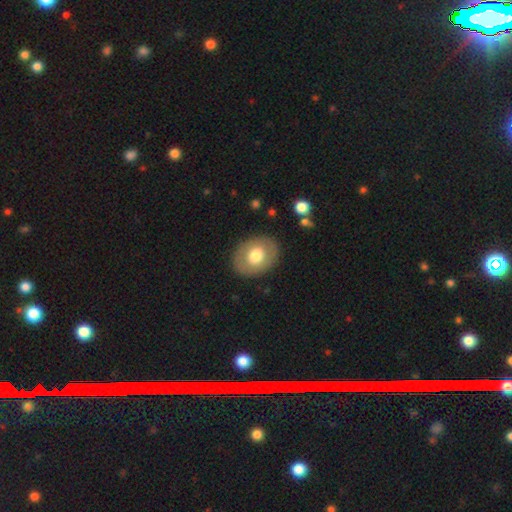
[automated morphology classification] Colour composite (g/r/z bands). It shows a smooth galaxy with no disk features (65%) that is in between round and cigar-shaped (64%). Merging: none (86%).